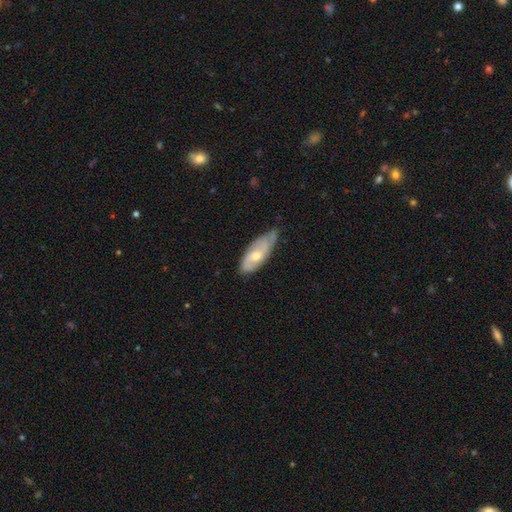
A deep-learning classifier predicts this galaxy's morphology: This appears to be a featured or disk galaxy (54%). Merging: none (52%).